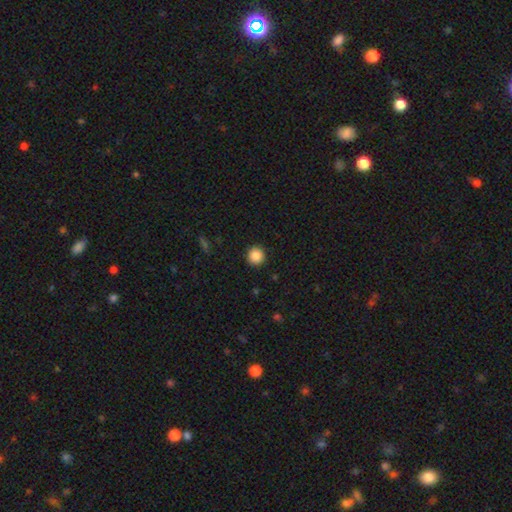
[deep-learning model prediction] Overall: smooth (87%). How rounded: round (95%). Merging: none (92%).